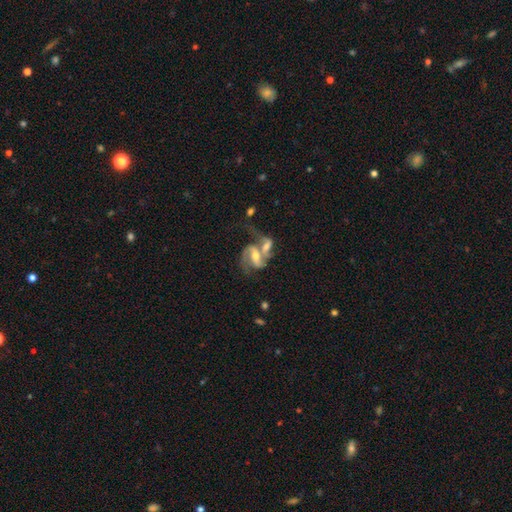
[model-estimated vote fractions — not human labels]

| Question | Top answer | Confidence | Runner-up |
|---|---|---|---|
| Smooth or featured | featured or disk | 83% | smooth (10%) |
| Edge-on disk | no | 97% | yes (3%) |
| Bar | weak | 40% | strong (39%) |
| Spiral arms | yes | 94% | no (6%) |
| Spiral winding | medium | 49% | loose (35%) |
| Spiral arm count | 2 | 84% | 1 (5%) |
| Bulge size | moderate | 58% | small (32%) |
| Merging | merger | 53% | none (25%) |